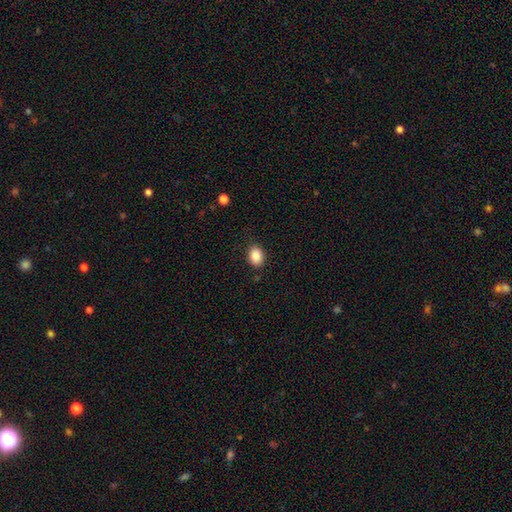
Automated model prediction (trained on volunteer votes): A smooth galaxy with no disk features (87%) that is in between round and cigar-shaped (70%).

Vote fractions:
- Smooth or featured? smooth: 87% / star or artifact: 8% / featured or disk: 4%
- How rounded? in between: 70% / round: 29% / cigar-shaped: 1%
- Merging? none: 86% / minor disturbance: 10% / major disturbance: 3% / merger: 1%